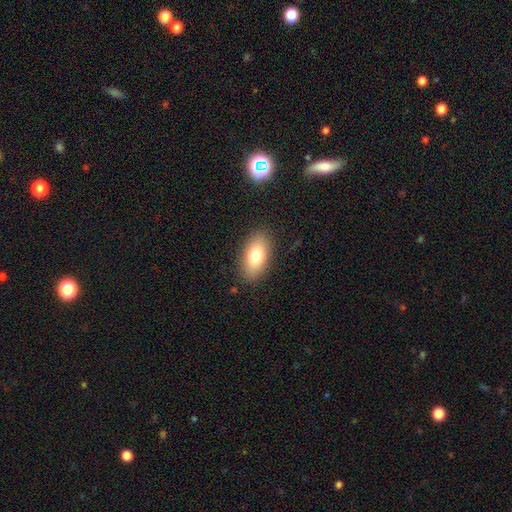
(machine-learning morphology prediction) A smooth galaxy with no disk features (79%) that is in between round and cigar-shaped (91%).

Vote fractions:
- Smooth or featured? smooth: 79% / featured or disk: 14% / star or artifact: 7%
- How rounded? in between: 91% / cigar-shaped: 5% / round: 4%
- Merging? none: 87% / minor disturbance: 9% / major disturbance: 3% / merger: 1%